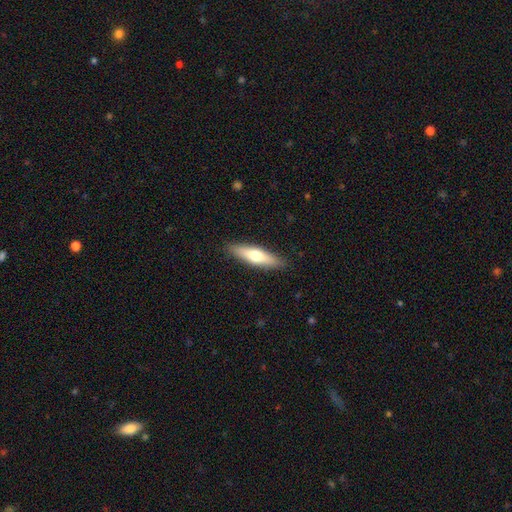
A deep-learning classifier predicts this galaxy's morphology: smooth-or-featured: smooth: 57% | featured or disk: 37% | star or artifact: 5%
  how-rounded: cigar-shaped: 68% | in between: 30% | round: 2%
  merging: none: 89% | minor disturbance: 8% | major disturbance: 2% | merger: 1%